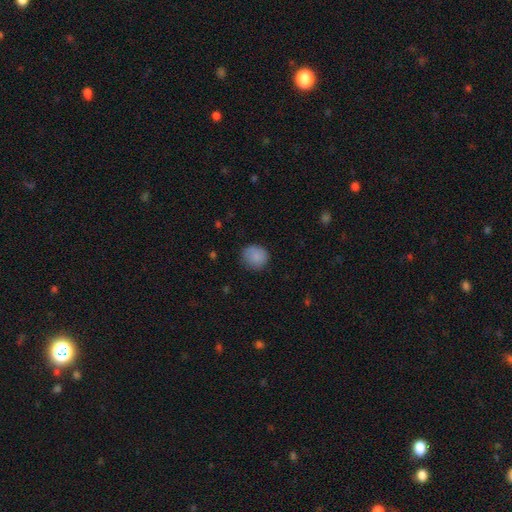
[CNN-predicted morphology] This appears to be a smooth galaxy with no disk features (86%) that is round (86%). Merging: none (80%).